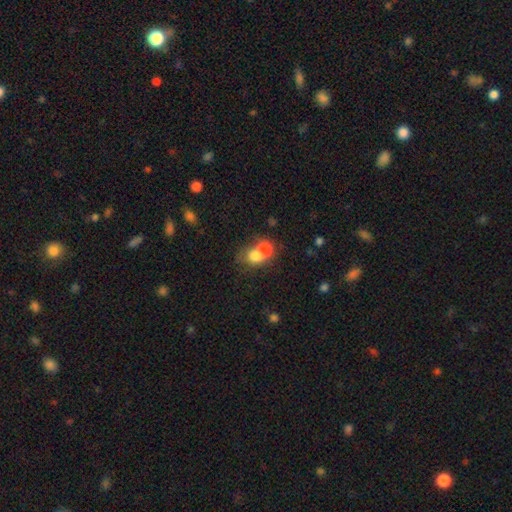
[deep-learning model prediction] Smooth or featured? smooth (72%)
How rounded? round (71%)
Merging? merger (60%)